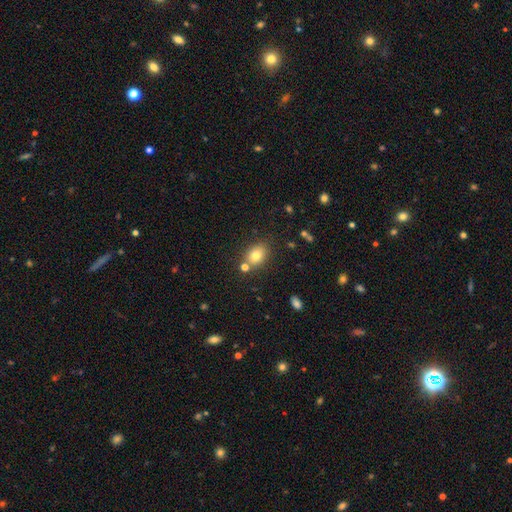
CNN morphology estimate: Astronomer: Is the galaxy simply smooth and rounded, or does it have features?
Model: smooth — 78%.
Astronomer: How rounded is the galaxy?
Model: in between — 66%.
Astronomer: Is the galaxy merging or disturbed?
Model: none — 72%.